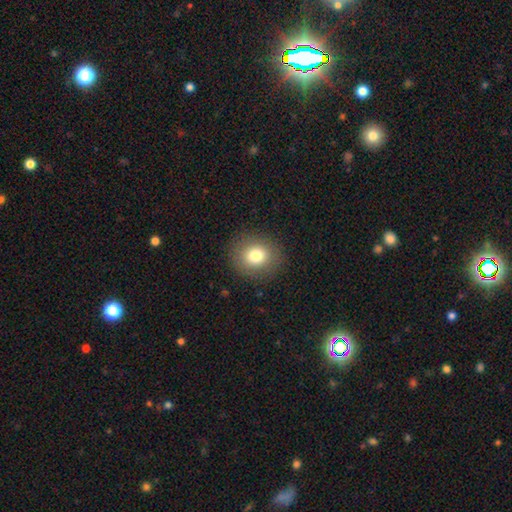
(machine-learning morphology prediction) Smooth or featured? smooth (78%)
How rounded? round (79%)
Merging? none (88%)